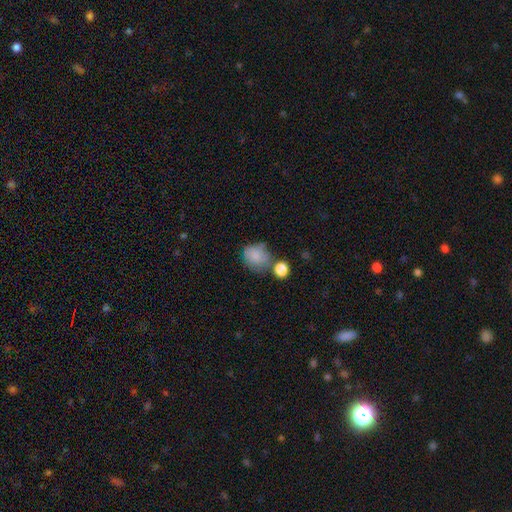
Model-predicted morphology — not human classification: Smooth or featured?
  - smooth: 81% *
  - featured or disk: 10%
  - star or artifact: 9%
How rounded?
  - round: 66% *
  - in between: 33%
  - cigar-shaped: 1%
Merging?
  - none: 48% *
  - minor disturbance: 23%
  - merger: 20%
  - major disturbance: 9%